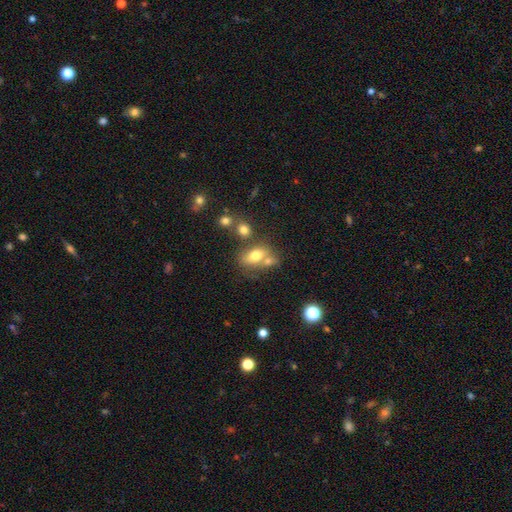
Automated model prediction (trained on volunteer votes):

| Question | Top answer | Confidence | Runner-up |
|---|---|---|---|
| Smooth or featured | smooth | 70% | featured or disk (19%) |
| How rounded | in between | 79% | round (16%) |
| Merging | none | 43% | merger (36%) |